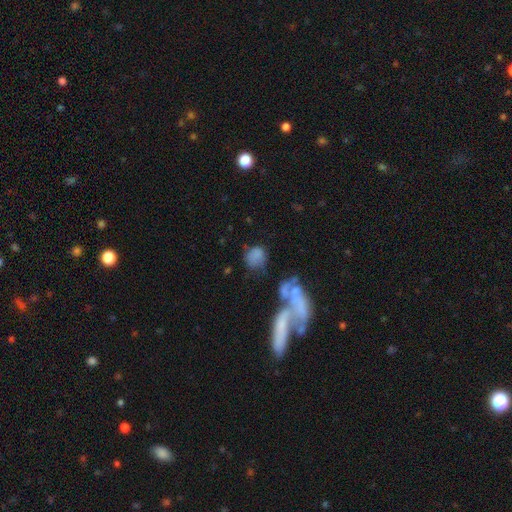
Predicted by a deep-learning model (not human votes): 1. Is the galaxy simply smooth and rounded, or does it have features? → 66% smooth, 21% featured or disk, 13% star or artifact.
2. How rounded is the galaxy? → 54% round, 43% in between, 3% cigar-shaped.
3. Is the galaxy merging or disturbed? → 37% none, 26% merger, 20% major disturbance, 17% minor disturbance.